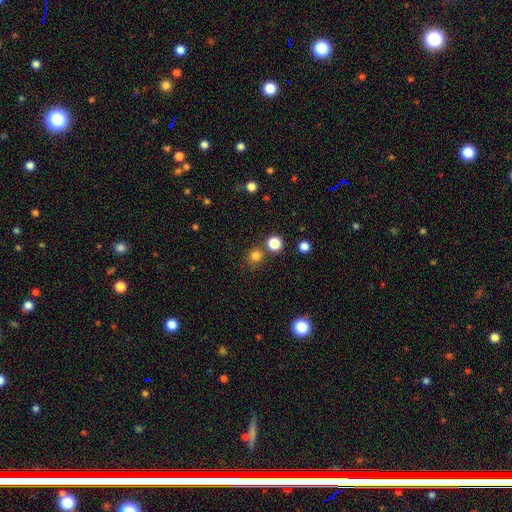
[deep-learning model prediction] Morphology: type=smooth (79%); roundness=round (90%); merging=none (73%).